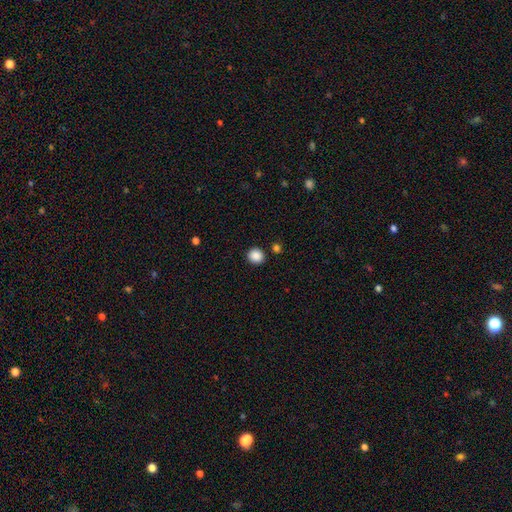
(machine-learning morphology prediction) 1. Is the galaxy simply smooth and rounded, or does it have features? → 88% smooth, 10% star or artifact, 3% featured or disk.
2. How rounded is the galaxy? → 90% round, 10% in between, 1% cigar-shaped.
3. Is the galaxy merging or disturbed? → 89% none, 6% minor disturbance, 3% merger, 2% major disturbance.